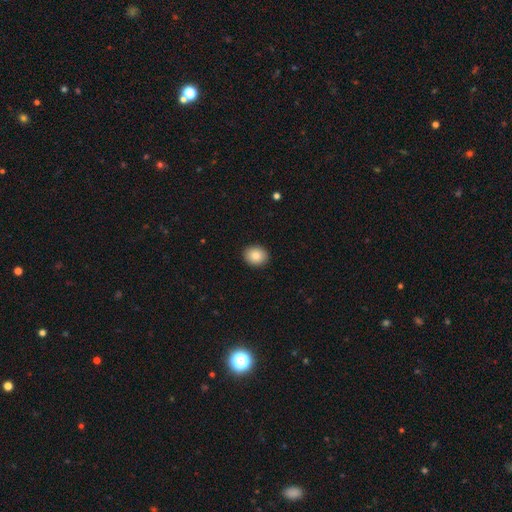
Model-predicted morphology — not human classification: A smooth galaxy with no disk features (86%) that is round (66%). Merging: none (91%).